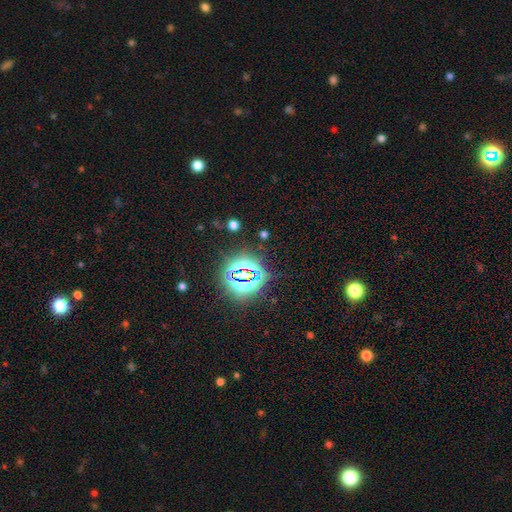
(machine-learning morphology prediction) smooth_or_featured: star or artifact (p=0.83) [alt: smooth p=0.10]